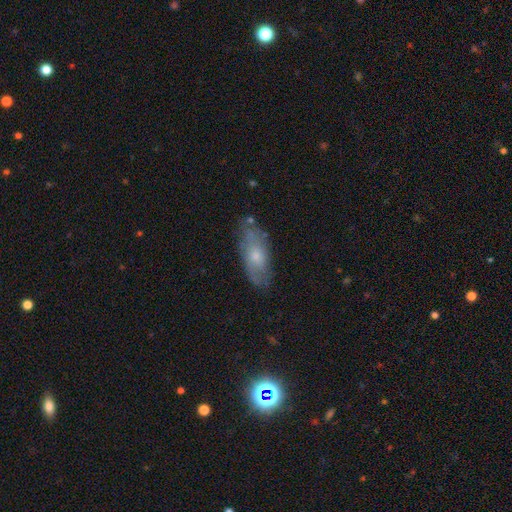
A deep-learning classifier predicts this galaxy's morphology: Q: Smooth or featured?
A: smooth (52%); runner-up: featured or disk (41%)
Q: How rounded?
A: in between (75%); runner-up: cigar-shaped (22%)
Q: Merging?
A: none (72%); runner-up: minor disturbance (21%)